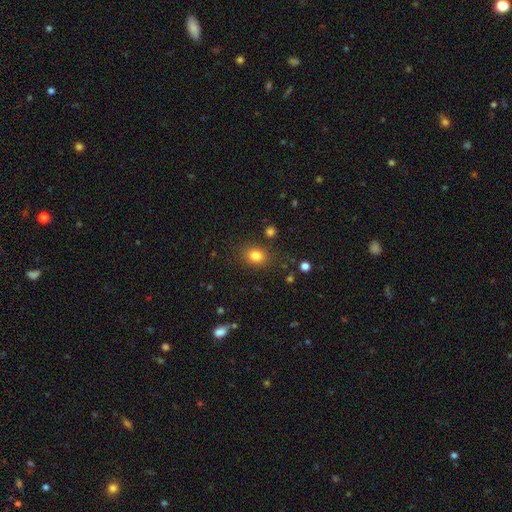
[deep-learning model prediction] smooth-or-featured: smooth: 82% | star or artifact: 12% | featured or disk: 6%
  how-rounded: in between: 55% | round: 44% | cigar-shaped: 1%
  merging: none: 83% | minor disturbance: 11% | major disturbance: 4% | merger: 3%